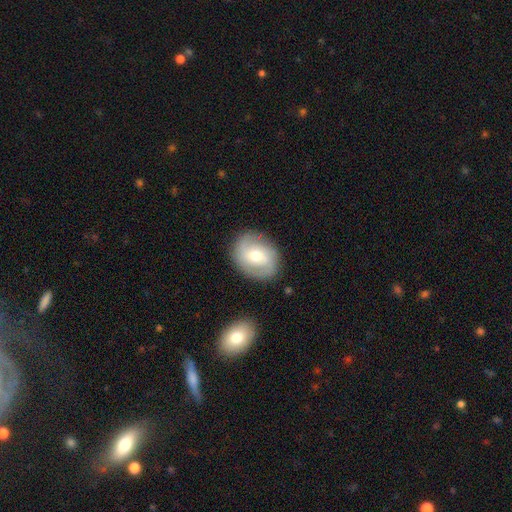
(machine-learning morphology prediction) Smooth or featured?
  - featured or disk: 57% *
  - smooth: 36%
  - star or artifact: 7%
Edge-on disk?
  - no: 96% *
  - yes: 4%
Bar?
  - no: 45% *
  - weak: 43%
  - strong: 12%
Spiral arms?
  - yes: 79% *
  - no: 21%
Bulge size?
  - moderate: 67% *
  - small: 25%
  - large: 6%
  - dominant: 1%
  - none: 1%
Merging?
  - none: 83% *
  - minor disturbance: 12%
  - major disturbance: 4%
  - merger: 2%